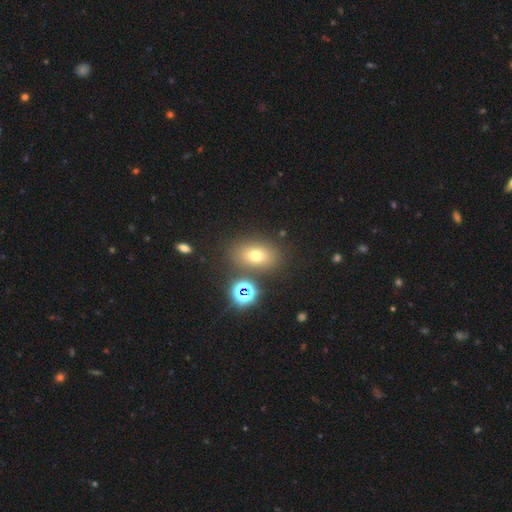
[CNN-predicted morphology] The model was most divided on "how rounded": in between: 71%, round: 27%, cigar-shaped: 2%. More confident: merging — none (79%); smooth or featured — smooth (67%).